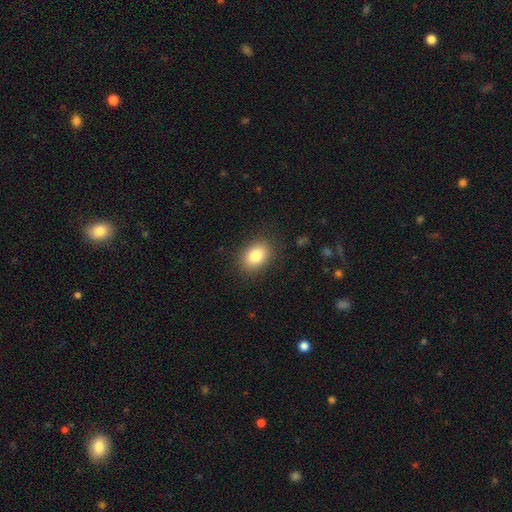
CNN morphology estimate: This appears to be a smooth galaxy with no disk features (83%) that is in between round and cigar-shaped (71%). Merging: none (86%).